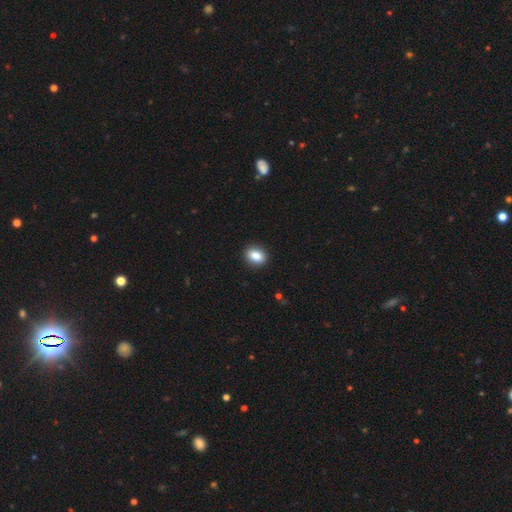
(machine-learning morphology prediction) Q: Smooth or featured?
A: smooth (86%); runner-up: star or artifact (8%)
Q: How rounded?
A: in between (66%); runner-up: round (33%)
Q: Merging?
A: none (91%); runner-up: minor disturbance (6%)